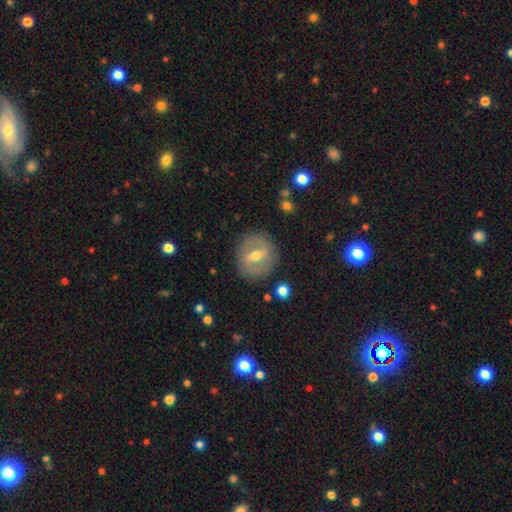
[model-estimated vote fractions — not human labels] smooth-or-featured: featured or disk: 63% | smooth: 30% | star or artifact: 7%
  disk-edge-on: no: 90% | yes: 10%
    bar: strong: 47% | weak: 41% | no: 13%
    has-spiral-arms: no: 67% | yes: 33%
    bulge-size: moderate: 72% | small: 22% | large: 5% | none: 1% | dominant: 1%
  merging: none: 84% | minor disturbance: 10% | major disturbance: 4% | merger: 1%